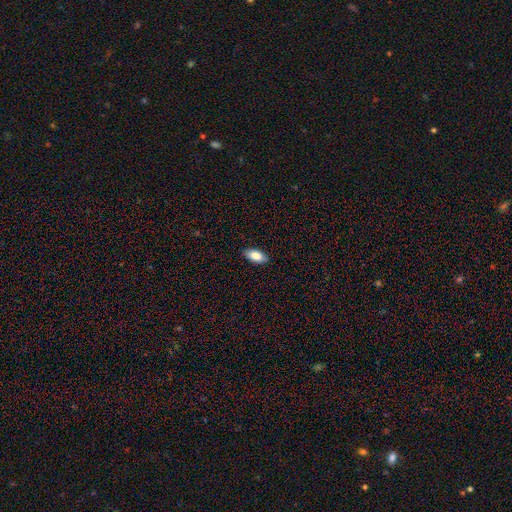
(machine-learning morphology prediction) smooth-or-featured: smooth: 82% | featured or disk: 11% | star or artifact: 6%
  how-rounded: in between: 91% | cigar-shaped: 7% | round: 3%
  merging: none: 89% | minor disturbance: 9% | major disturbance: 2% | merger: 1%